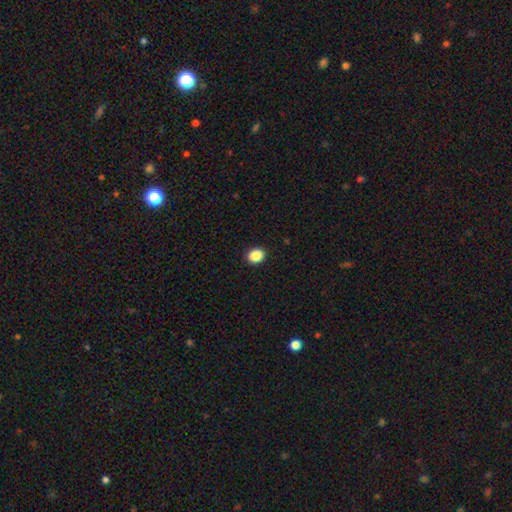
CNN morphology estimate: Overall: smooth (89%). How rounded: round (51%; in between 48%). Merging: none (91%).